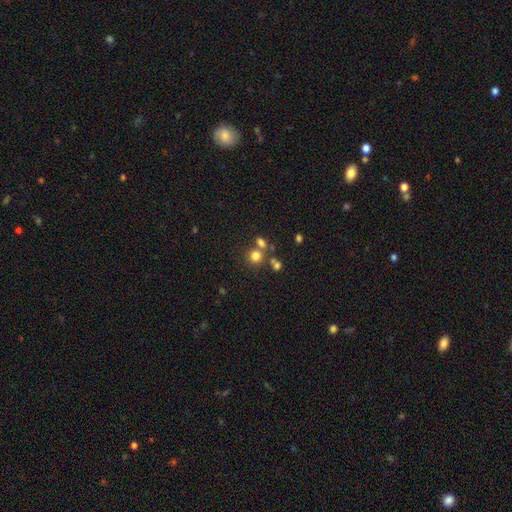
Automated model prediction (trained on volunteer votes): A smooth galaxy with no disk features (75%) that is round (83%). Merging: none (61%).